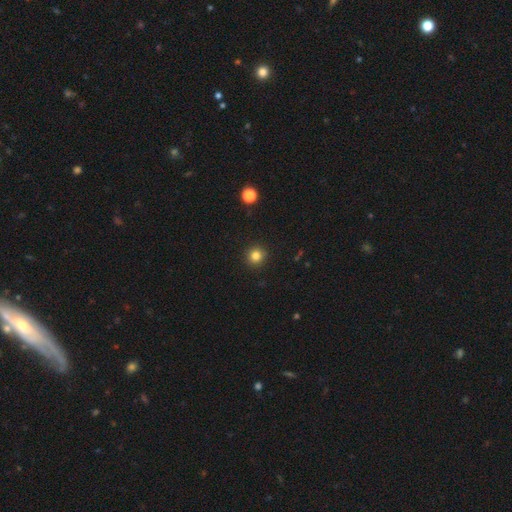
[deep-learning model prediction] A smooth galaxy with no disk features (82%) that is round (94%). Merging: none (92%).